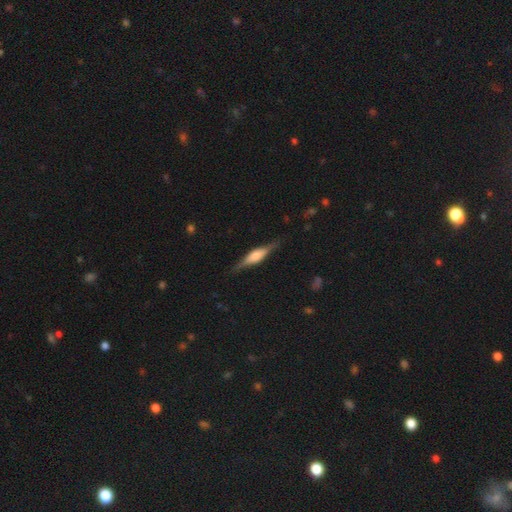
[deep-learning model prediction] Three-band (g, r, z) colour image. It shows a featured or disk galaxy (66%) viewed edge-on (96%) with a rounded central bulge (67%). Merging: none (85%).